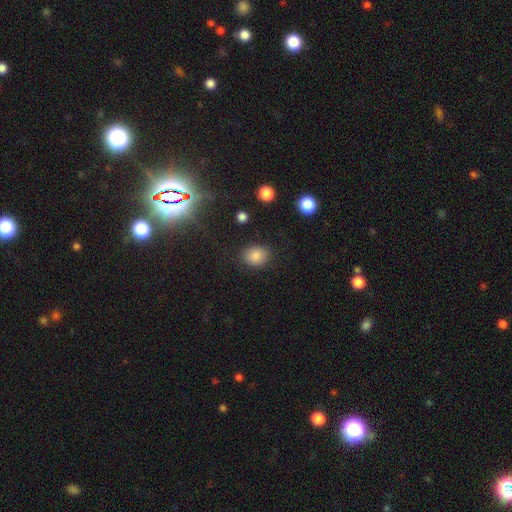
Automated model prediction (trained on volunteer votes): Q: Smooth or featured?
A: smooth (82%); runner-up: star or artifact (12%)
Q: How rounded?
A: round (54%); runner-up: in between (45%)
Q: Merging?
A: none (85%); runner-up: minor disturbance (10%)